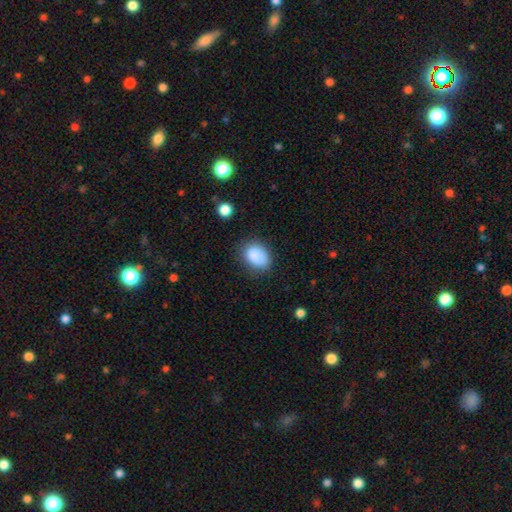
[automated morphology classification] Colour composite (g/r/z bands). It shows a smooth galaxy with no disk features (86%) that is in between round and cigar-shaped (72%). Merging: none (71%).